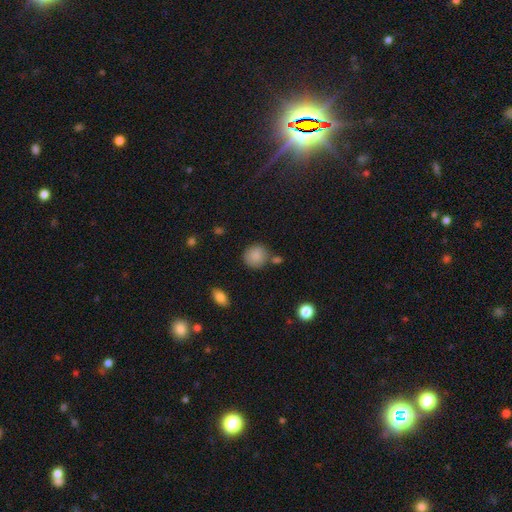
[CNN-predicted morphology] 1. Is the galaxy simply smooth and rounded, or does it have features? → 86% smooth, 8% star or artifact, 6% featured or disk.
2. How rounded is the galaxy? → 88% round, 11% in between, 1% cigar-shaped.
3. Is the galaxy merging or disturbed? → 74% none, 13% minor disturbance, 9% merger, 4% major disturbance.